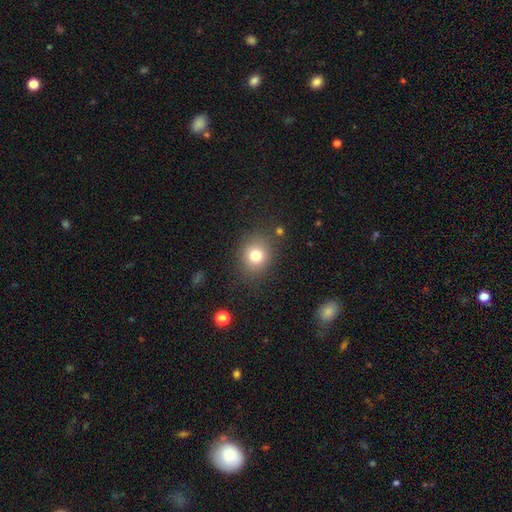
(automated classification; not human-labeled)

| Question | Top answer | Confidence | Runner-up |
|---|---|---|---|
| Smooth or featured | smooth | 79% | star or artifact (12%) |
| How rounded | round | 71% | in between (28%) |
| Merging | none | 81% | minor disturbance (12%) |